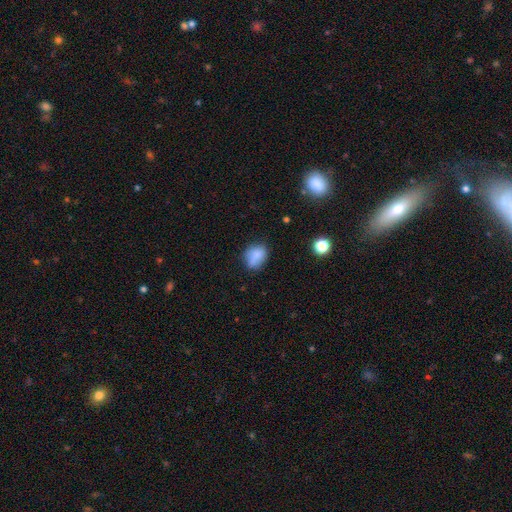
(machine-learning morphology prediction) Smooth or featured?
  - smooth: 79% *
  - featured or disk: 11%
  - star or artifact: 10%
How rounded?
  - in between: 55% *
  - round: 43%
  - cigar-shaped: 2%
Merging?
  - none: 57% *
  - minor disturbance: 29%
  - merger: 7%
  - major disturbance: 7%